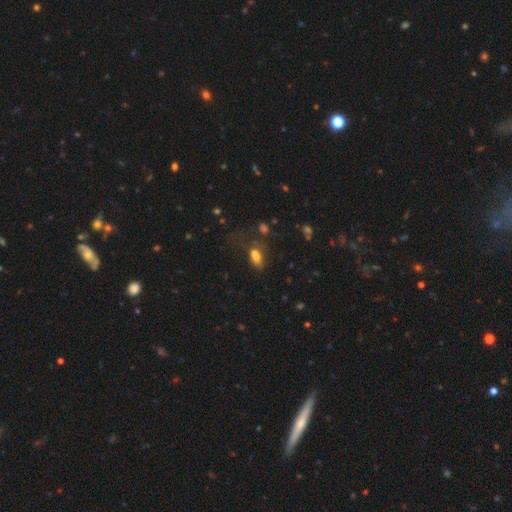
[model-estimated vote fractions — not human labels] Q: Smooth or featured?
A: smooth (77%); runner-up: star or artifact (12%)
Q: How rounded?
A: in between (87%); runner-up: round (8%)
Q: Merging?
A: none (41%); runner-up: minor disturbance (21%)